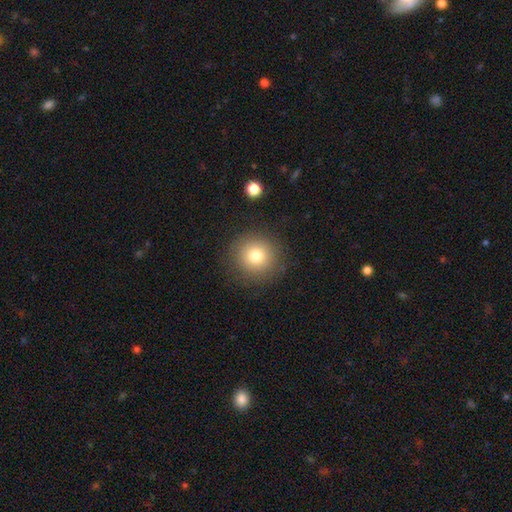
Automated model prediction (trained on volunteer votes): Smooth or featured?
  - smooth: 77% *
  - star or artifact: 12%
  - featured or disk: 11%
How rounded?
  - round: 94% *
  - in between: 5%
  - cigar-shaped: 1%
Merging?
  - none: 87% *
  - minor disturbance: 8%
  - major disturbance: 3%
  - merger: 2%